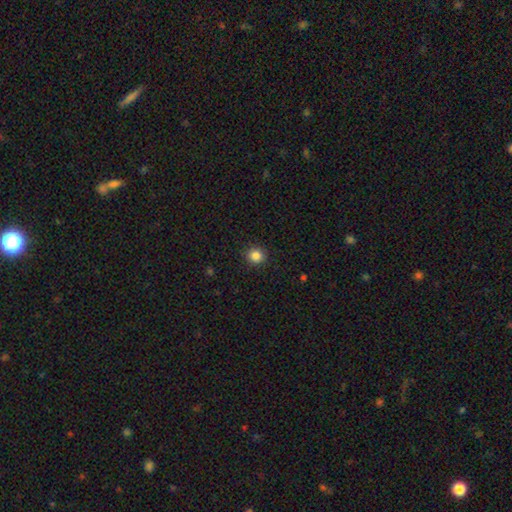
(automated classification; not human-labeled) A smooth galaxy with no disk features (85%) that is round (89%).

Vote fractions:
- Smooth or featured? smooth: 85% / star or artifact: 11% / featured or disk: 4%
- How rounded? round: 89% / in between: 10% / cigar-shaped: 1%
- Merging? none: 91% / minor disturbance: 6% / major disturbance: 2% / merger: 1%